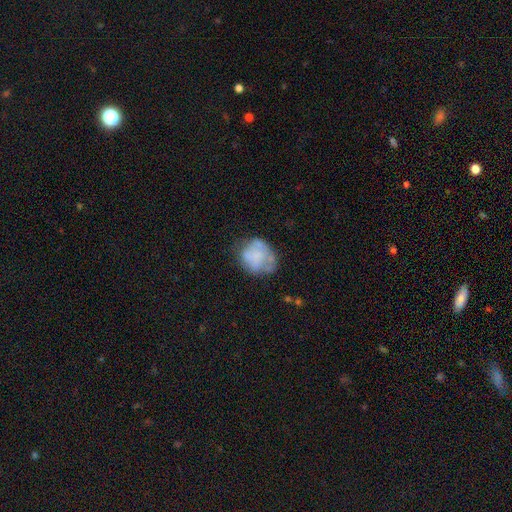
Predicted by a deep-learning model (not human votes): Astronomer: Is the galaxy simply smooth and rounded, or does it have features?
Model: smooth — 48% (runner-up: featured or disk, 43%).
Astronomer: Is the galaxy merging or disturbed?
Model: none — 49% (runner-up: minor disturbance, 26%).